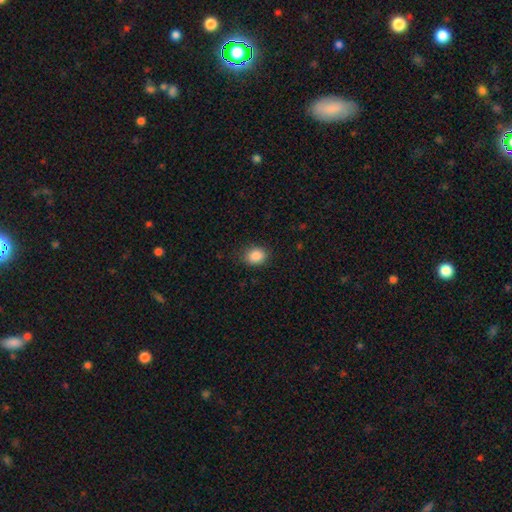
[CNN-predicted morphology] Q: Smooth or featured?
A: smooth (87%); runner-up: star or artifact (9%)
Q: How rounded?
A: in between (51%); runner-up: round (48%)
Q: Merging?
A: none (82%); runner-up: minor disturbance (14%)